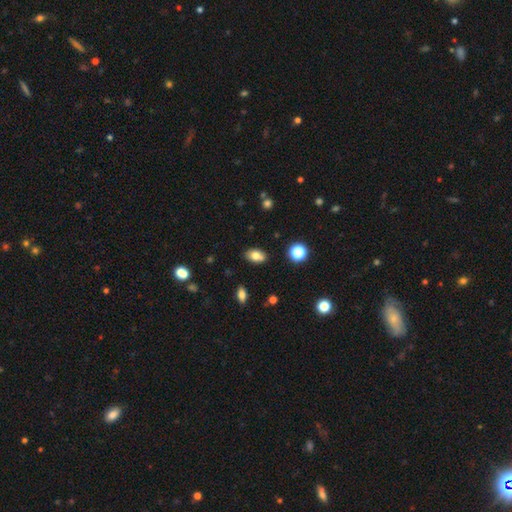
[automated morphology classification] A smooth galaxy with no disk features (78%) that is in between round and cigar-shaped (87%). Merging: none (83%).